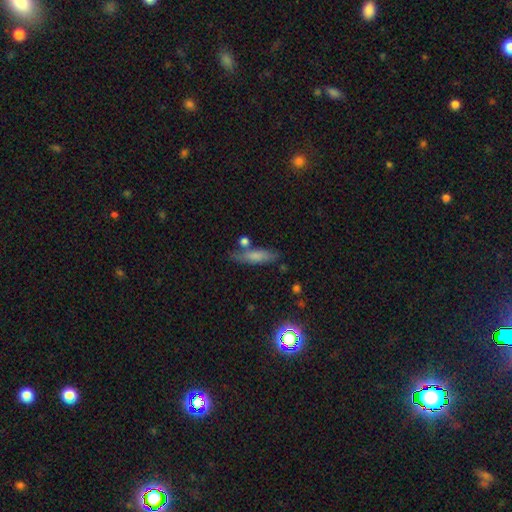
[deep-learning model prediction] Smooth or featured: smooth — 70% (featured or disk — 20%)
How rounded: cigar-shaped — 56% (in between — 41%)
Merging: none — 61% (minor disturbance — 20%)